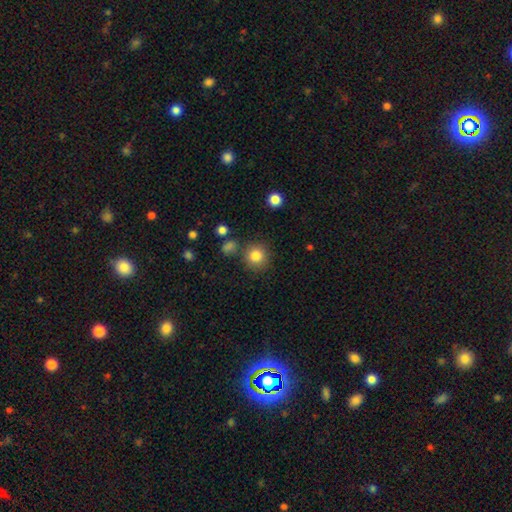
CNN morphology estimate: Overall: smooth (83%). How rounded: round (91%). Merging: none (82%).